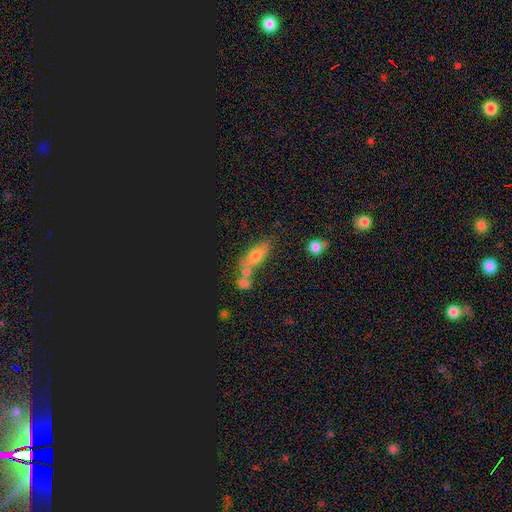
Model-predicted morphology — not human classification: The model was most divided on "merging": none: 48%, merger: 31%, minor disturbance: 15%, major disturbance: 7%. More confident: how rounded — in between (62%); smooth or featured — smooth (59%).